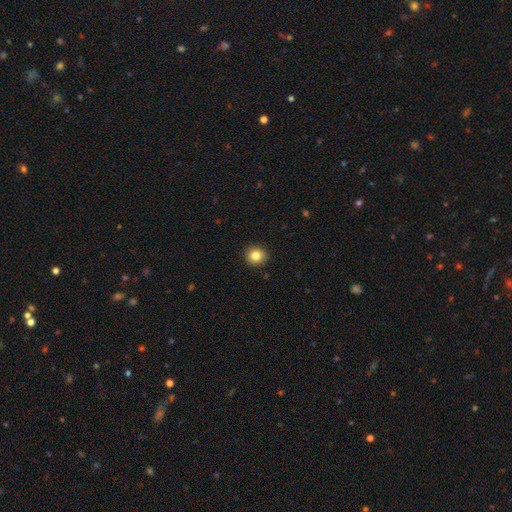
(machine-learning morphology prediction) A smooth galaxy with no disk features (85%) that is round (89%). Merging: none (91%).